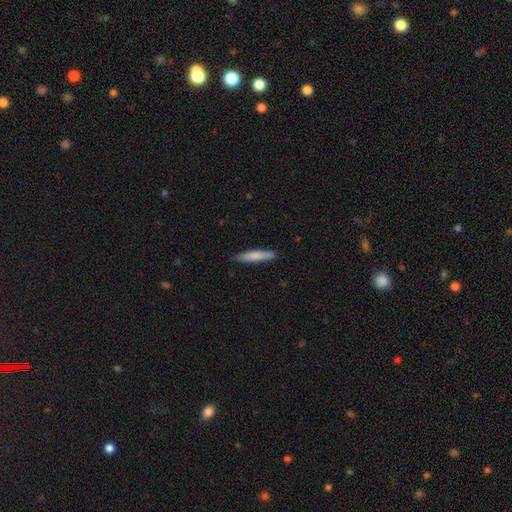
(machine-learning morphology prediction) smooth 79%, featured or disk 16%, star or artifact 5%. Down the decision tree: how rounded — cigar-shaped (89%); merging — none (88%).